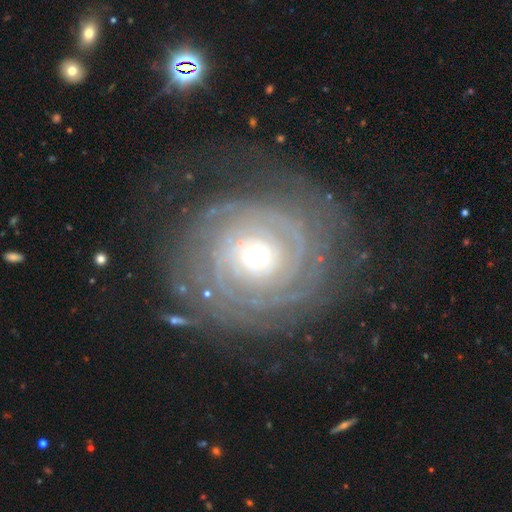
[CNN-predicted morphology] Smooth or featured? featured or disk (87%)
Edge-on disk? no (97%)
Bar? no (76%)
Spiral arms? yes (96%)
Spiral winding? tight (86%)
Spiral arm count? can't tell (30%)
Bulge size? moderate (48%)
Merging? none (74%)